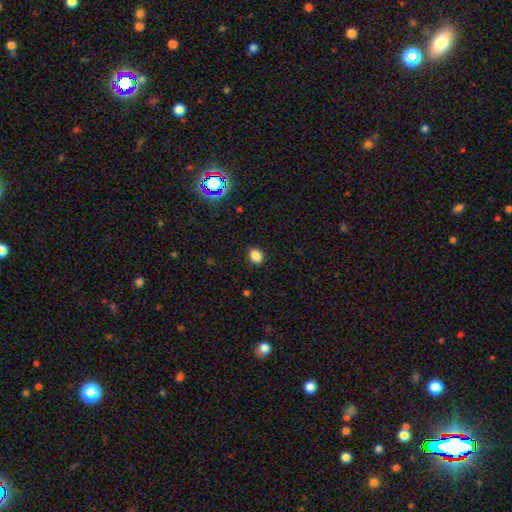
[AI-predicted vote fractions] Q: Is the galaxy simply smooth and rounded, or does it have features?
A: smooth — 85%.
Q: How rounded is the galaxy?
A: in between — 50%.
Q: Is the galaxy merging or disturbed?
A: none — 89%.